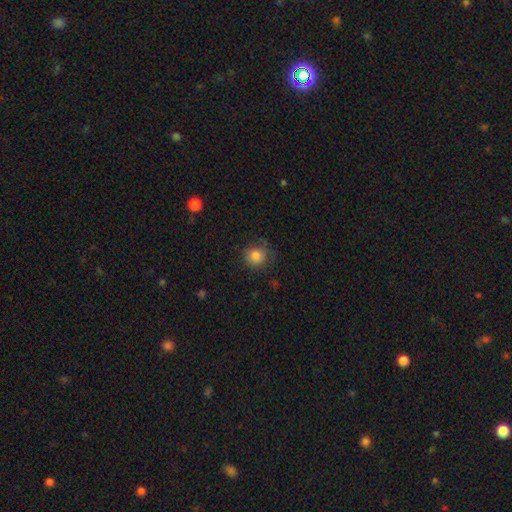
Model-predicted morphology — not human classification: A smooth galaxy with no disk features (82%) that is round (90%). Merging: none (75%).